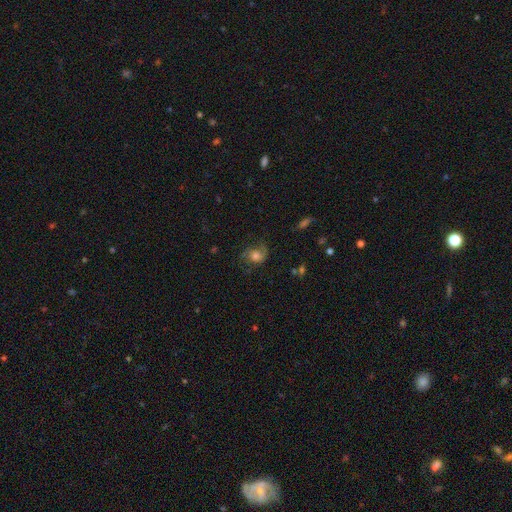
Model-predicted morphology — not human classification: Overall: smooth (45%; featured or disk 44%). Merging: none (54%; minor disturbance 24%).